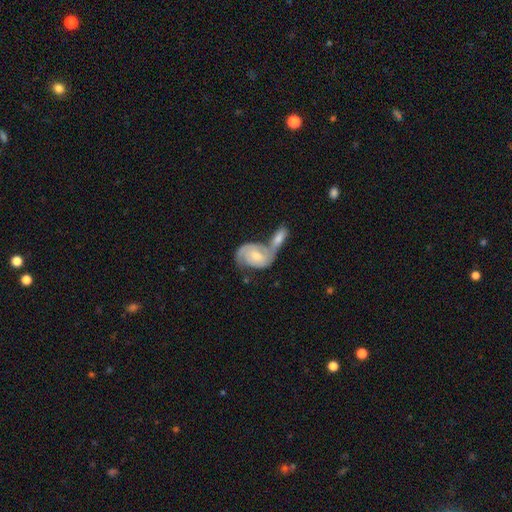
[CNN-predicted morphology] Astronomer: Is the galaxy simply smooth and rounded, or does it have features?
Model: featured or disk — 73%.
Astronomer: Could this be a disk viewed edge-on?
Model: no — 96%.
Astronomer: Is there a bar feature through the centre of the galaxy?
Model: no — 57% (runner-up: weak, 36%).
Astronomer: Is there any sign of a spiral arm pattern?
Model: yes — 93%.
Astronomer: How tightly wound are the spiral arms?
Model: medium — 43% (runner-up: tight, 41%).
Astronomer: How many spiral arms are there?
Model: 2 — 81%.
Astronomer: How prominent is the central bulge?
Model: moderate — 54% (runner-up: small, 36%).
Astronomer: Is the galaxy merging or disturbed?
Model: merger — 57%.